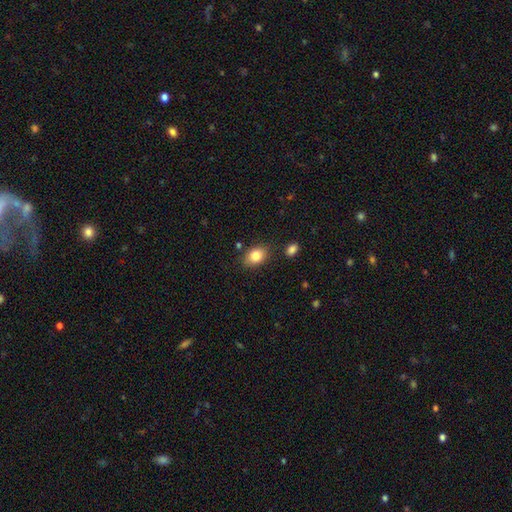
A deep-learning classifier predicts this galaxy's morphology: smooth-or-featured: smooth: 84% | star or artifact: 8% | featured or disk: 8%
  how-rounded: in between: 77% | round: 21% | cigar-shaped: 1%
  merging: none: 81% | minor disturbance: 12% | merger: 4% | major disturbance: 3%